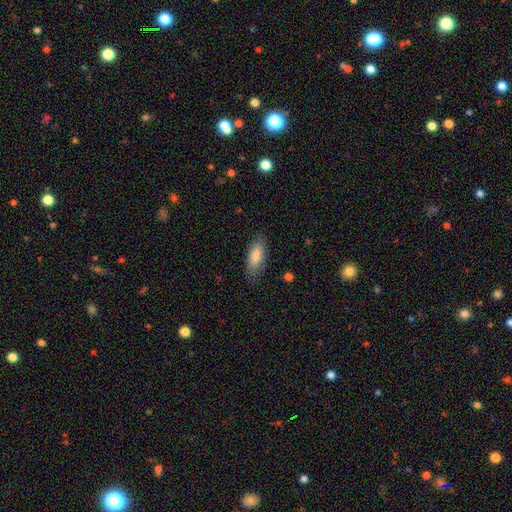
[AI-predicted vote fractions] smooth_or_featured: smooth (p=0.82) [alt: featured or disk p=0.11]
how_rounded: in between (p=0.72) [alt: cigar-shaped p=0.26]
merging: none (p=0.80) [alt: minor disturbance p=0.15]